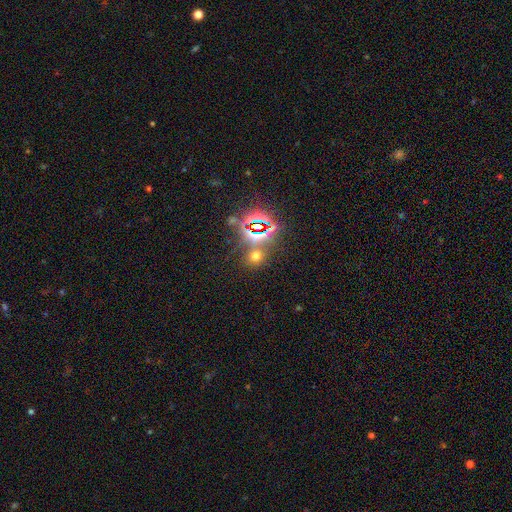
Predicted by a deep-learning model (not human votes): Smooth or featured? Predicted: star or artifact (p=0.47).